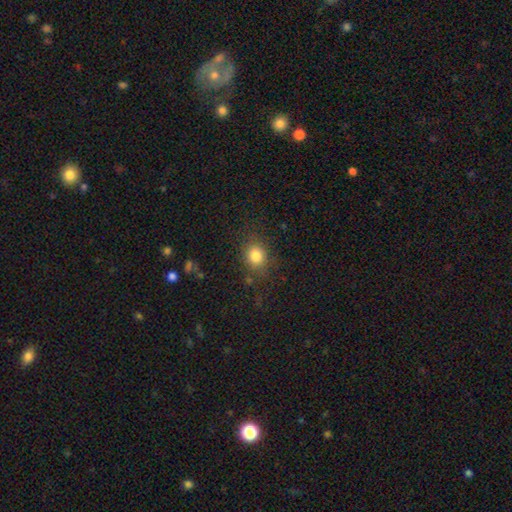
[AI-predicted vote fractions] smooth_or_featured: smooth (p=0.82) [alt: star or artifact p=0.12]
how_rounded: round (p=0.63) [alt: in between p=0.36]
merging: none (p=0.81) [alt: minor disturbance p=0.12]